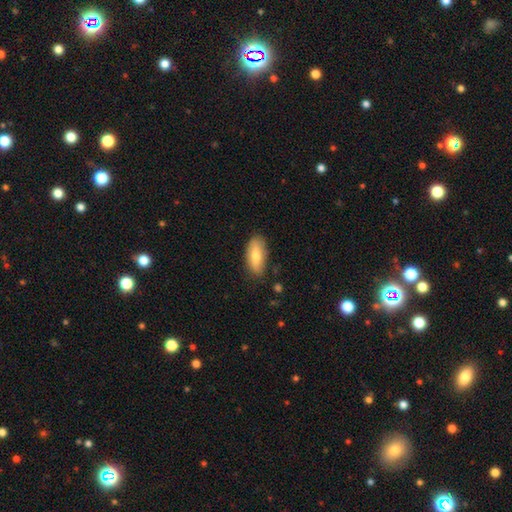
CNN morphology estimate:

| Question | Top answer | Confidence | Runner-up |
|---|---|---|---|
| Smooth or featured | smooth | 76% | featured or disk (18%) |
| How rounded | in between | 84% | cigar-shaped (13%) |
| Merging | none | 81% | minor disturbance (15%) |